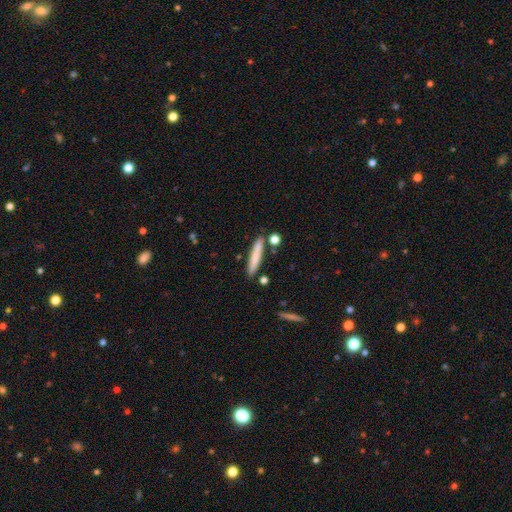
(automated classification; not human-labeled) smooth 76%, featured or disk 18%, star or artifact 6%. Down the decision tree: how rounded — cigar-shaped (92%); merging — none (83%).